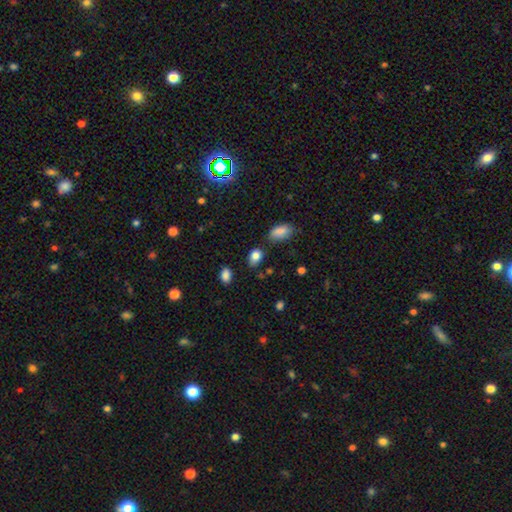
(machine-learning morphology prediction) Overall: smooth (84%). How rounded: in between (80%). Merging: none (73%).